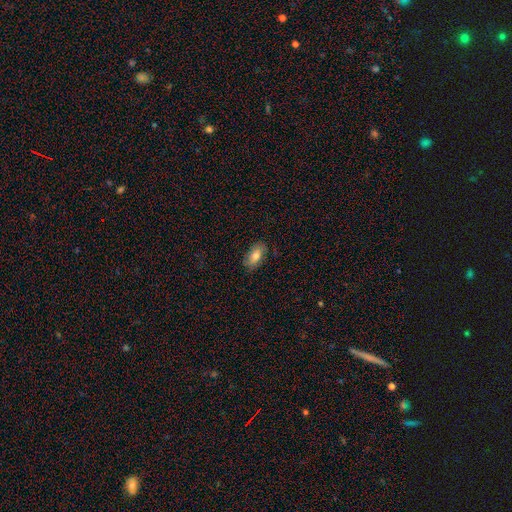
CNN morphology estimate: Smooth or featured?
  - smooth: 72% *
  - featured or disk: 21%
  - star or artifact: 7%
How rounded?
  - in between: 90% *
  - cigar-shaped: 6%
  - round: 5%
Merging?
  - none: 81% *
  - minor disturbance: 15%
  - major disturbance: 3%
  - merger: 1%